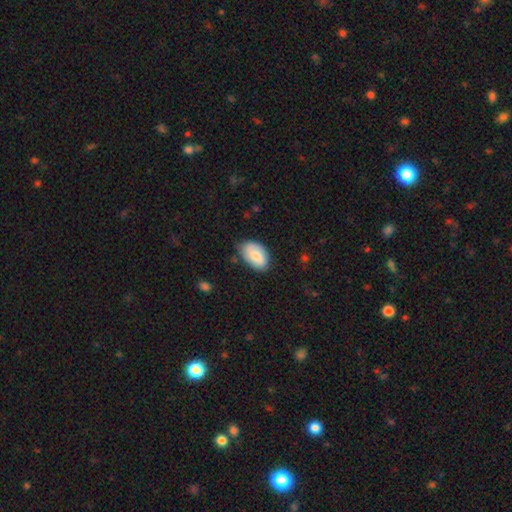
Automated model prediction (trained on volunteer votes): smooth 70%, featured or disk 24%, star or artifact 6%. Down the decision tree: how rounded — in between (92%); merging — none (73%).